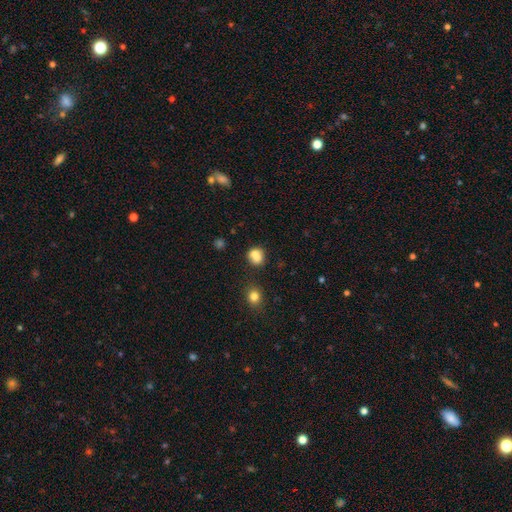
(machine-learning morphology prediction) smooth-or-featured: smooth: 77% | star or artifact: 11% | featured or disk: 11%
  how-rounded: round: 71% | in between: 28% | cigar-shaped: 1%
  merging: none: 47% | merger: 35% | minor disturbance: 13% | major disturbance: 5%